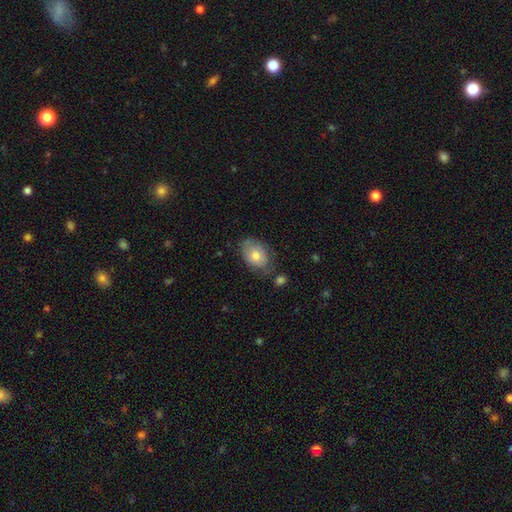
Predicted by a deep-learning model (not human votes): Q: Smooth or featured?
A: smooth (71%); runner-up: featured or disk (22%)
Q: How rounded?
A: in between (81%); runner-up: round (18%)
Q: Merging?
A: none (64%); runner-up: minor disturbance (25%)